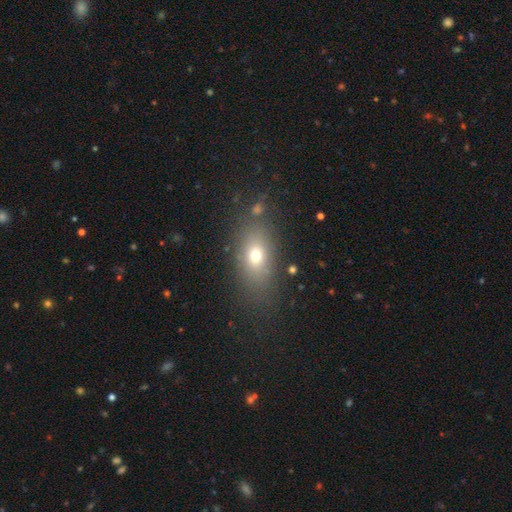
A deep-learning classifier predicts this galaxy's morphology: Smooth or featured?
  - smooth: 69% *
  - featured or disk: 17%
  - star or artifact: 14%
How rounded?
  - in between: 76% *
  - round: 15%
  - cigar-shaped: 8%
Merging?
  - none: 79% *
  - minor disturbance: 12%
  - major disturbance: 6%
  - merger: 3%